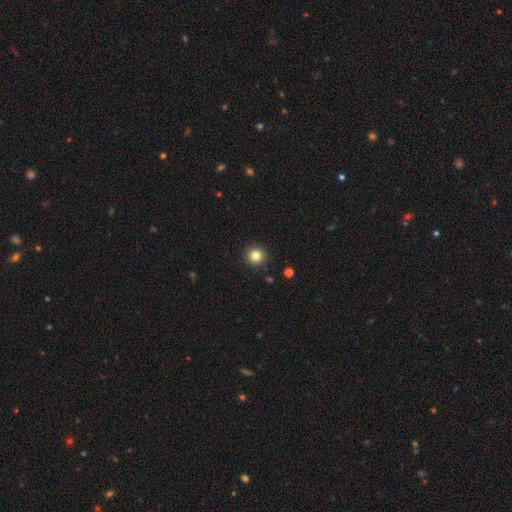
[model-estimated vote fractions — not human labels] Smooth or featured: smooth — 83% (star or artifact — 11%)
How rounded: round — 95% (in between — 4%)
Merging: none — 92% (minor disturbance — 5%)